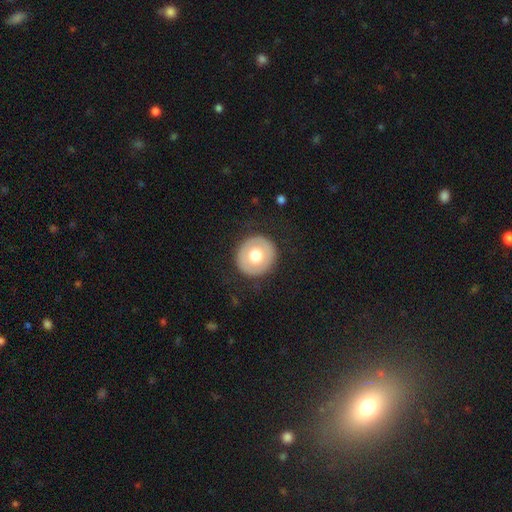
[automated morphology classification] smooth-or-featured: smooth: 63% | featured or disk: 30% | star or artifact: 7%
  how-rounded: round: 91% | in between: 9% | cigar-shaped: 1%
  merging: none: 88% | minor disturbance: 8% | major disturbance: 3% | merger: 1%